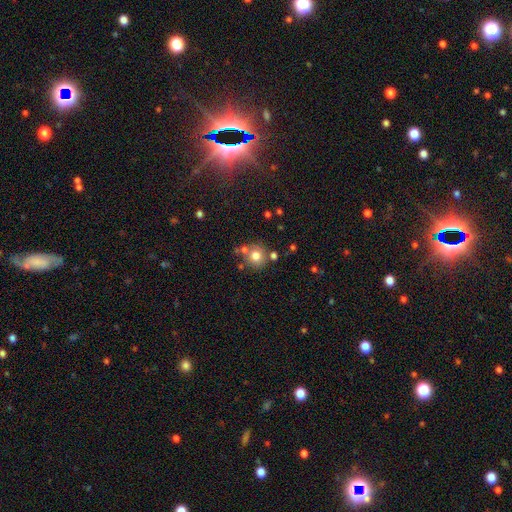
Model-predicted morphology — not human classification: type=smooth (76%); roundness=round (90%); merging=none (70%).